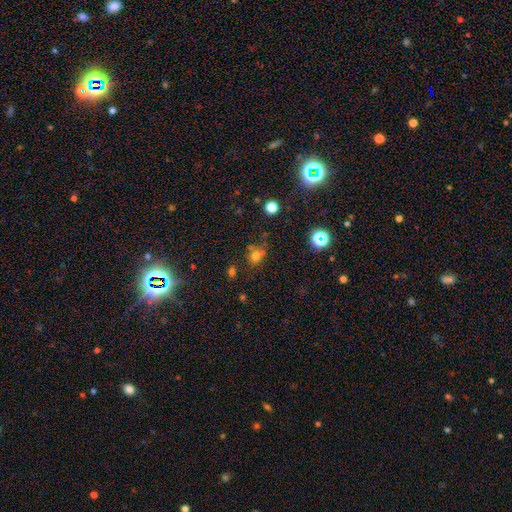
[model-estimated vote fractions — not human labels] A smooth galaxy with no disk features (64%) that is round (77%). Merging: none (58%).